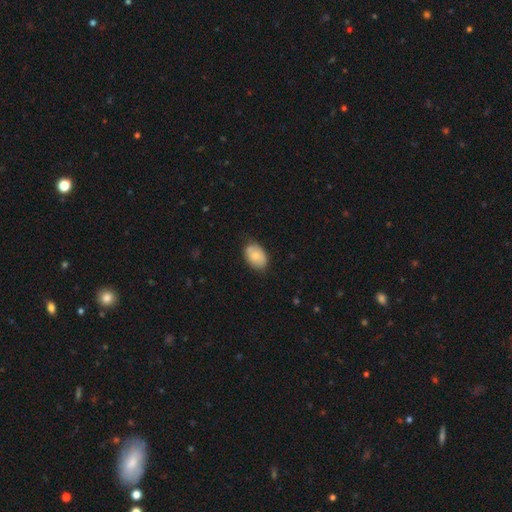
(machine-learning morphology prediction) Smooth or featured? Predicted: smooth (p=0.73). How rounded? Predicted: in between (p=0.85). Merging? Predicted: none (p=0.71).